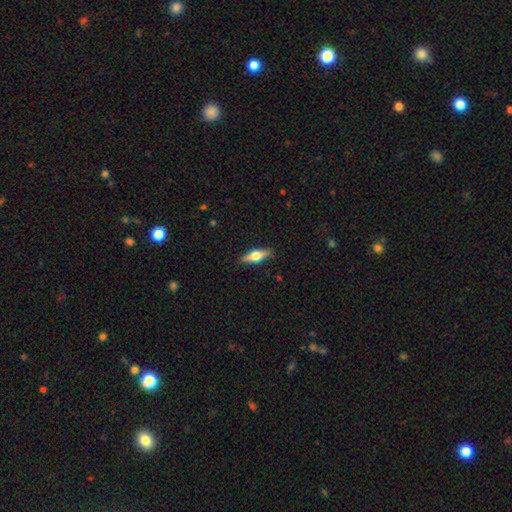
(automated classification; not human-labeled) Q: Smooth or featured?
A: featured or disk (47%); tied with: smooth (47%)
Q: Merging?
A: none (88%); runner-up: minor disturbance (9%)